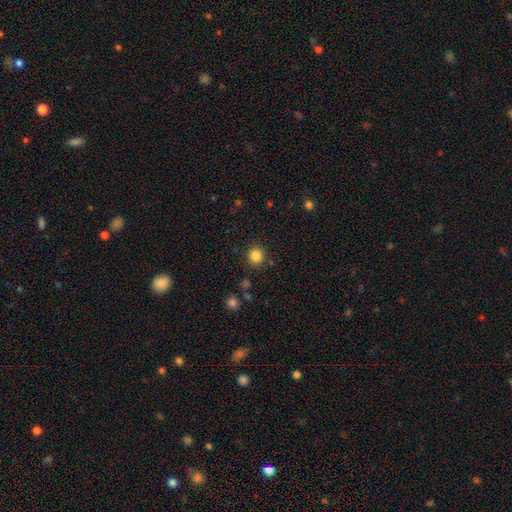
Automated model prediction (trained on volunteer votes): smooth_or_featured: smooth (p=0.84) [alt: star or artifact p=0.12]
how_rounded: round (p=0.91) [alt: in between p=0.08]
merging: none (p=0.89) [alt: minor disturbance p=0.06]